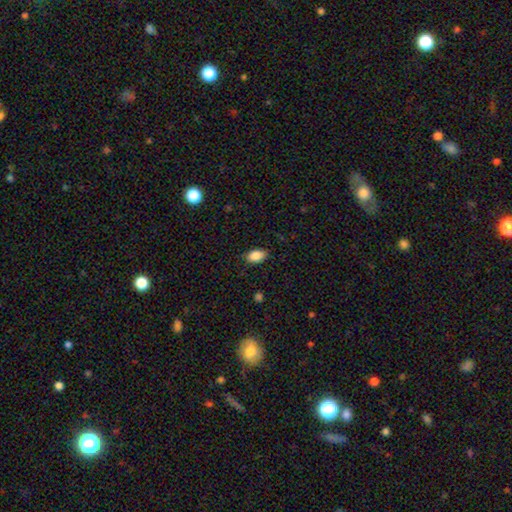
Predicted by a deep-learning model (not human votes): The model was most divided on "merging": none: 83%, minor disturbance: 13%, major disturbance: 3%, merger: 1%. More confident: how rounded — in between (89%); smooth or featured — smooth (87%).